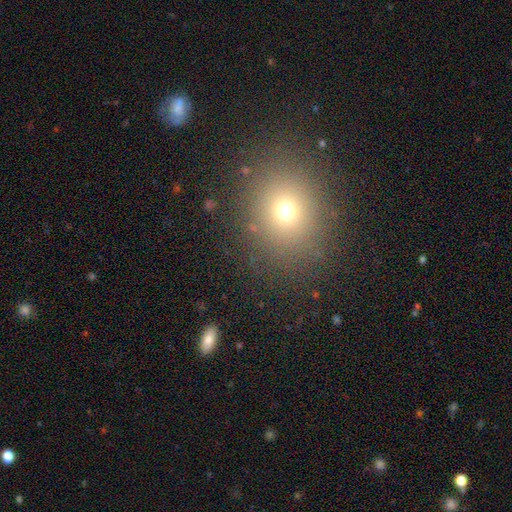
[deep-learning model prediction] Smooth or featured: smooth — 66% (star or artifact — 24%)
How rounded: round — 74% (in between — 25%)
Merging: none — 89% (minor disturbance — 7%)